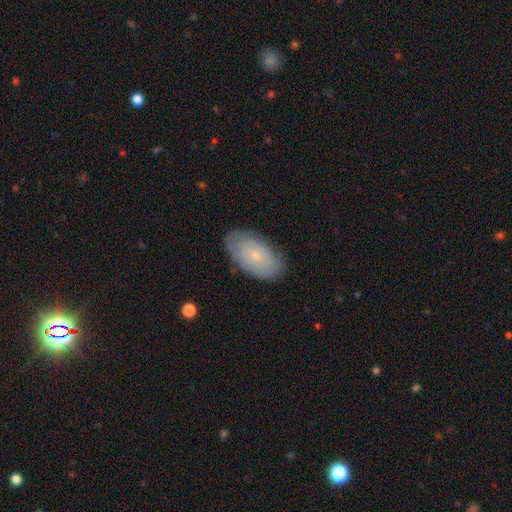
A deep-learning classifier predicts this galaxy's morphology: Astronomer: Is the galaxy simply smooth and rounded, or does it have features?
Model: smooth — 61%.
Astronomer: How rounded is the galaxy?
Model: in between — 94%.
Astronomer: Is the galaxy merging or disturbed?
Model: none — 81%.